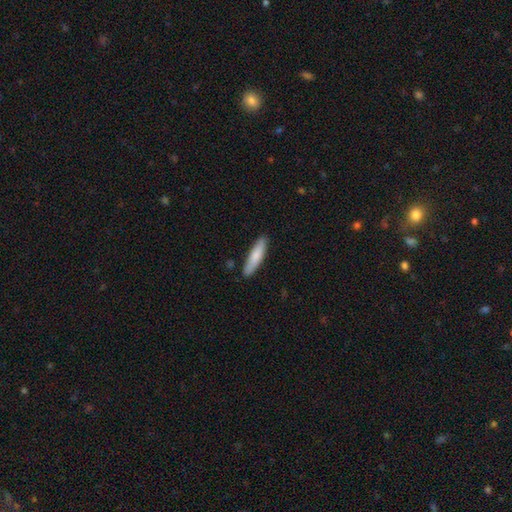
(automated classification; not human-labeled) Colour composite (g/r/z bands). It shows a smooth galaxy with no disk features (80%) that is cigar-shaped (80%). Merging: none (87%).